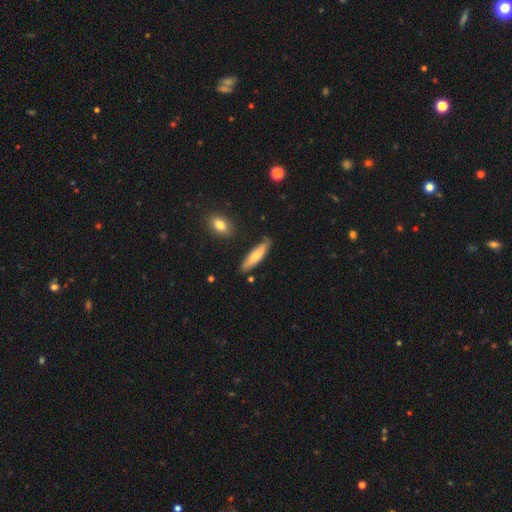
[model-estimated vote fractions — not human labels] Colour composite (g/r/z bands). It shows a smooth galaxy with no disk features (71%) that is cigar-shaped (74%). Merging: none (81%).